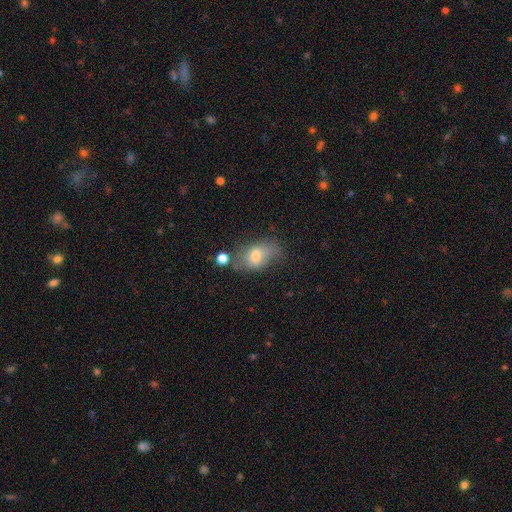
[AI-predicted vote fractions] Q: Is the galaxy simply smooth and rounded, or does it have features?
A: smooth — 67%.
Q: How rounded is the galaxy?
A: in between — 83%.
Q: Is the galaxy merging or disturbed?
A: none — 51%.